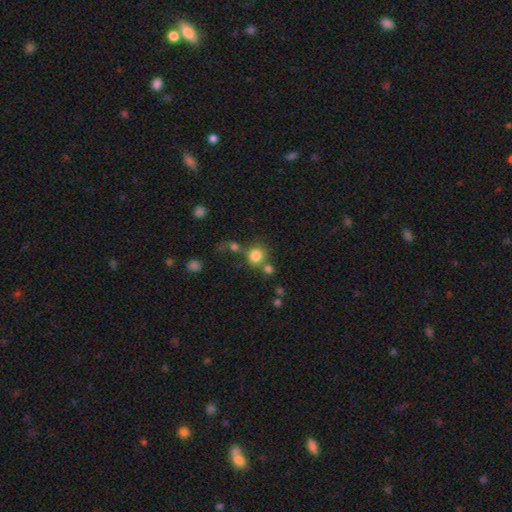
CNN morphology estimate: Smooth or featured? smooth (80%)
How rounded? round (82%)
Merging? none (56%)